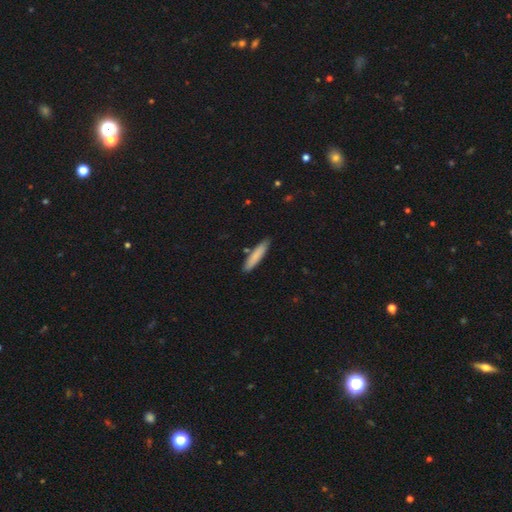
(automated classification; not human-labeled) smooth 81%, featured or disk 13%, star or artifact 6%. Down the decision tree: how rounded — cigar-shaped (88%); merging — none (86%).